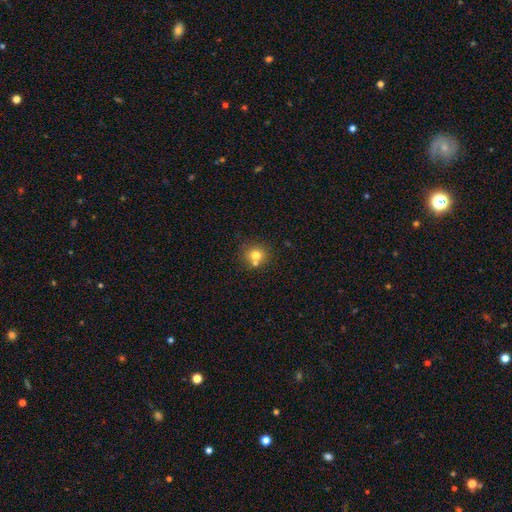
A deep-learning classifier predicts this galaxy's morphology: Smooth or featured: smooth — 75% (star or artifact — 13%)
How rounded: round — 86% (in between — 13%)
Merging: none — 61% (merger — 26%)